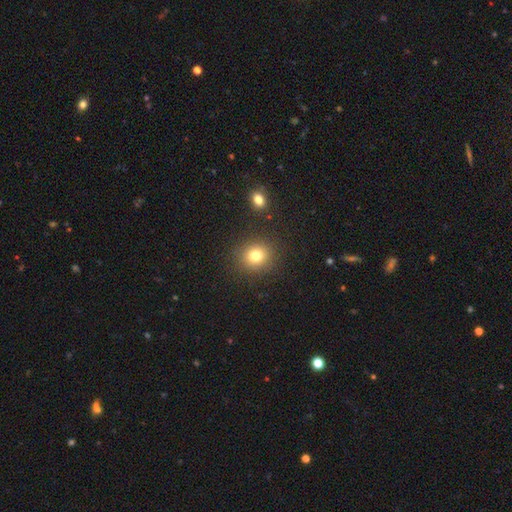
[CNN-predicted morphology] Overall: smooth (78%). How rounded: round (80%). Merging: none (87%).